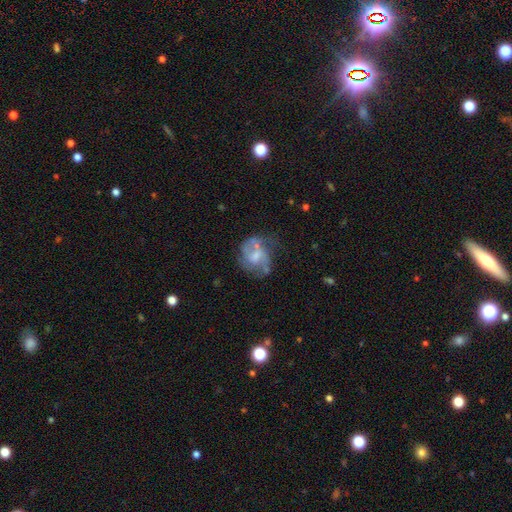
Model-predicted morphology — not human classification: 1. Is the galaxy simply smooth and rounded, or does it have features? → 68% featured or disk, 24% smooth, 8% star or artifact.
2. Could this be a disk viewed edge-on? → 98% no, 2% yes.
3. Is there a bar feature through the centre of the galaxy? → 45% no (tied), 45% weak (tied), 10% strong.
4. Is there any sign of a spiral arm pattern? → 75% yes, 25% no.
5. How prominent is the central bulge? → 39% moderate, 34% small, 19% none, 6% large, 1% dominant.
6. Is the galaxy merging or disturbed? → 47% none, 24% minor disturbance, 22% major disturbance, 7% merger.